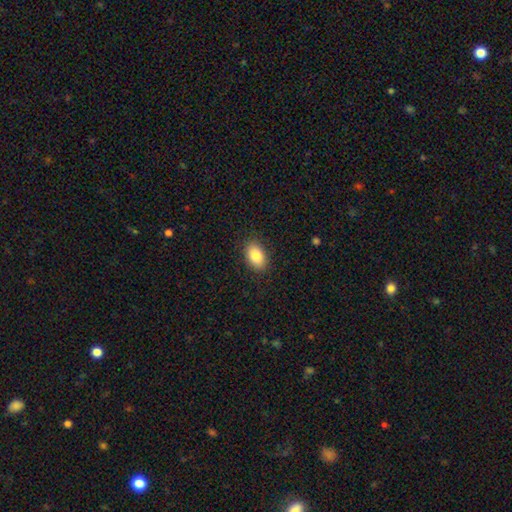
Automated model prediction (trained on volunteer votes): The model was most divided on "smooth or featured": smooth: 85%, star or artifact: 8%, featured or disk: 7%. More confident: how rounded — in between (90%); merging — none (88%).